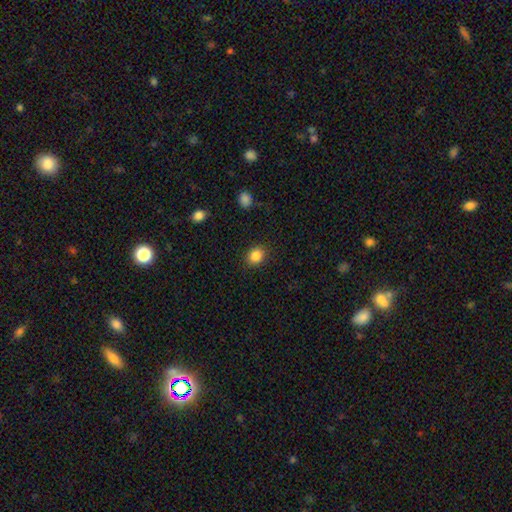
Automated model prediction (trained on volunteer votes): smooth-or-featured: smooth: 85% | star or artifact: 10% | featured or disk: 4%
  how-rounded: round: 64% | in between: 35% | cigar-shaped: 1%
  merging: none: 89% | minor disturbance: 8% | major disturbance: 2% | merger: 1%